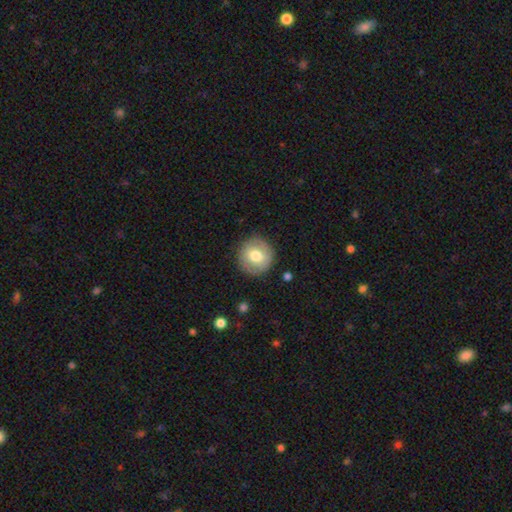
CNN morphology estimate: A smooth galaxy with no disk features (71%) that is round (94%).

Vote fractions:
- Smooth or featured? smooth: 71% / featured or disk: 22% / star or artifact: 8%
- How rounded? round: 94% / in between: 5% / cigar-shaped: 1%
- Merging? none: 88% / minor disturbance: 9% / major disturbance: 3% / merger: 1%